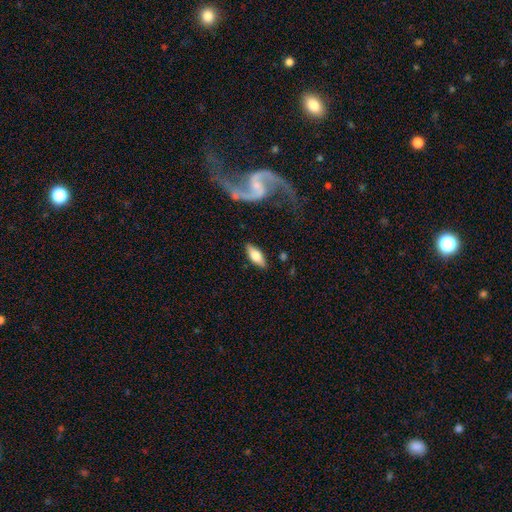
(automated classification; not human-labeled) Smooth or featured: smooth — 54% (featured or disk — 41%)
How rounded: in between — 71% (cigar-shaped — 25%)
Merging: none — 83% (minor disturbance — 11%)